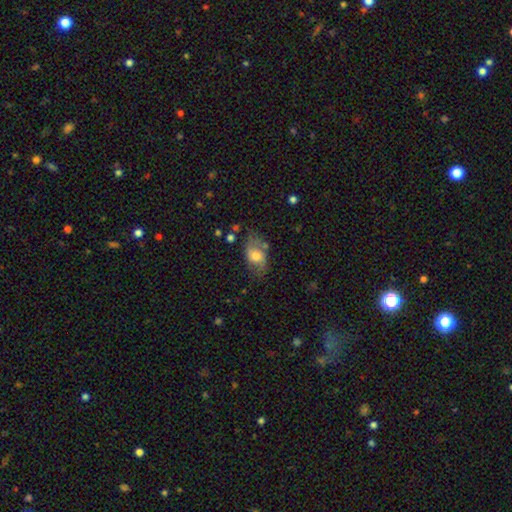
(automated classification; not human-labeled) Smooth or featured? smooth (54%)
How rounded? in between (85%)
Merging? none (55%)